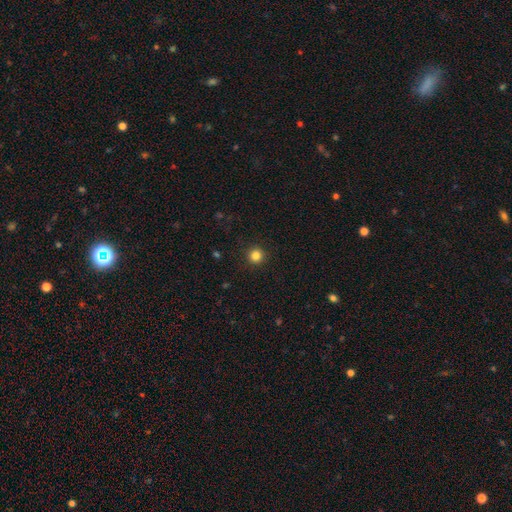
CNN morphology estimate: smooth 84%, star or artifact 12%, featured or disk 4%. Down the decision tree: how rounded — round (95%); merging — none (92%).